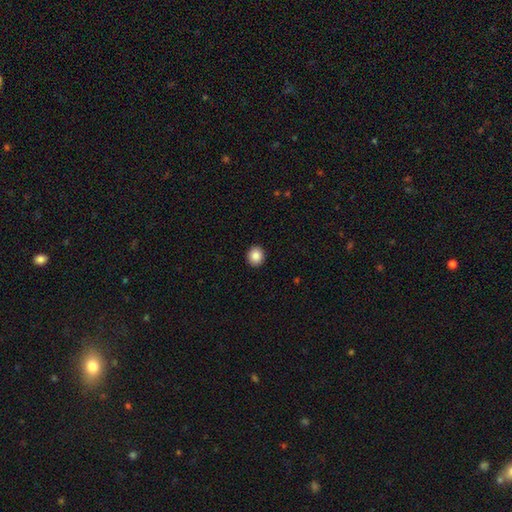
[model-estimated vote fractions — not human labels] Smooth or featured?
  - smooth: 87% *
  - star or artifact: 9%
  - featured or disk: 4%
How rounded?
  - round: 79% *
  - in between: 20%
  - cigar-shaped: 1%
Merging?
  - none: 92% *
  - minor disturbance: 5%
  - major disturbance: 2%
  - merger: 1%